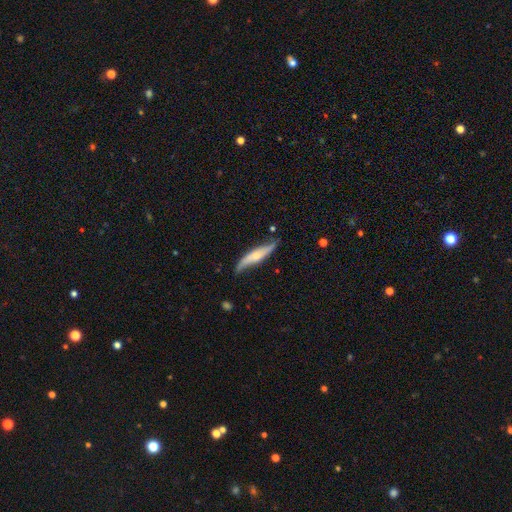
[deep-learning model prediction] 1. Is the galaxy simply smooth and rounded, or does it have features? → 60% featured or disk, 35% smooth, 5% star or artifact.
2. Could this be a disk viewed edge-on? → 56% yes, 44% no.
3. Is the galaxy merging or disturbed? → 69% none, 24% minor disturbance, 5% major disturbance, 3% merger.